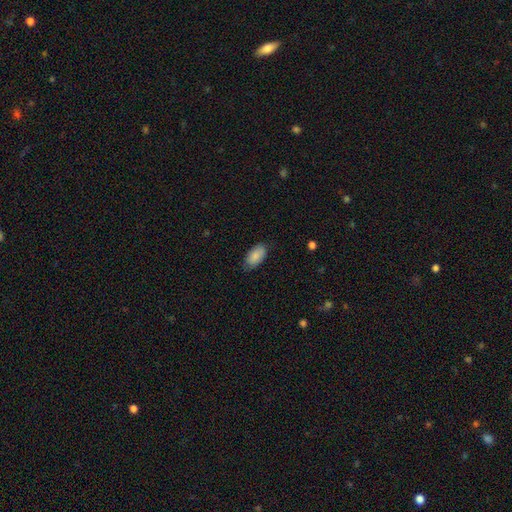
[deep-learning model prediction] Smooth or featured?
  - smooth: 86% *
  - featured or disk: 8%
  - star or artifact: 6%
How rounded?
  - in between: 94% *
  - round: 3%
  - cigar-shaped: 3%
Merging?
  - none: 76% *
  - minor disturbance: 19%
  - major disturbance: 3%
  - merger: 1%